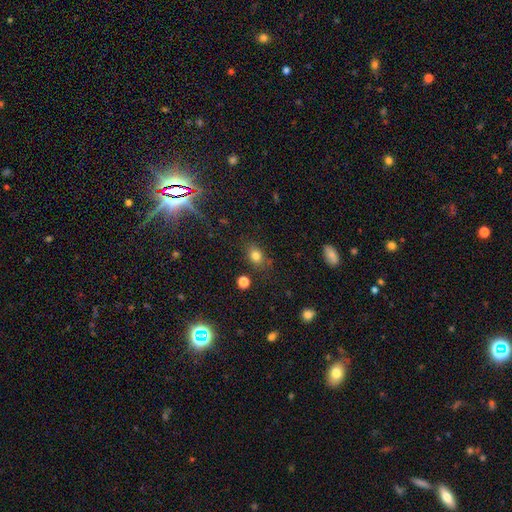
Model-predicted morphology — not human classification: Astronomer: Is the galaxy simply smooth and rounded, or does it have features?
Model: smooth — 78%.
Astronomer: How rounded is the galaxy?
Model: in between — 62%.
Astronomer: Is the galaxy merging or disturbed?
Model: none — 77%.